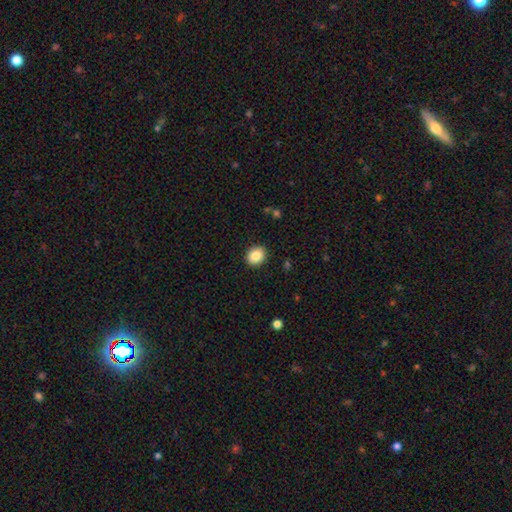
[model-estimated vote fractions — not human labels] Smooth or featured? smooth (86%)
How rounded? round (62%)
Merging? none (90%)